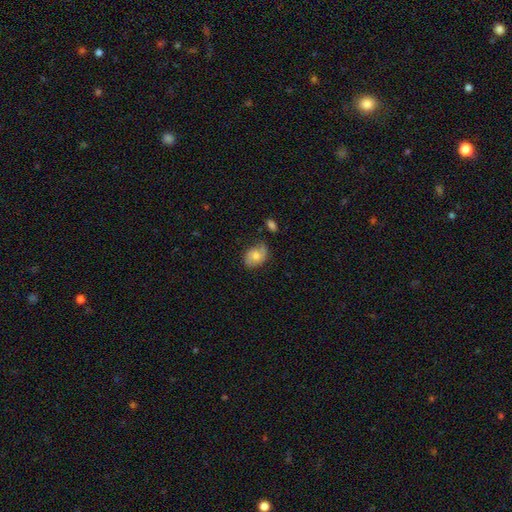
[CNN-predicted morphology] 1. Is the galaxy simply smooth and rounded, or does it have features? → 48% smooth, 44% featured or disk, 8% star or artifact.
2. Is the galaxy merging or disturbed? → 64% none, 25% minor disturbance, 7% major disturbance, 3% merger.